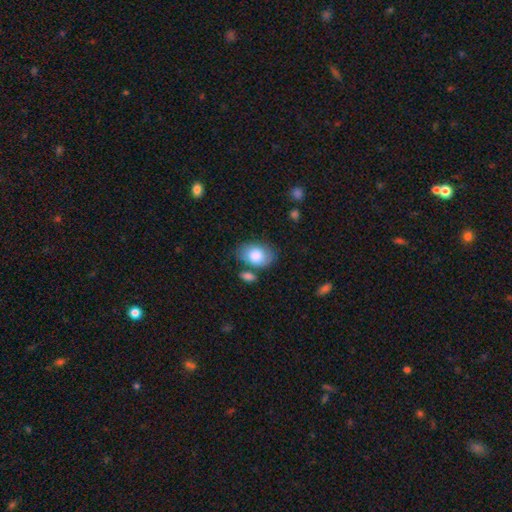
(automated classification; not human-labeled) The model was most divided on "merging": none: 58%, minor disturbance: 21%, merger: 13%, major disturbance: 7%. More confident: smooth or featured — smooth (79%); how rounded — in between (78%).